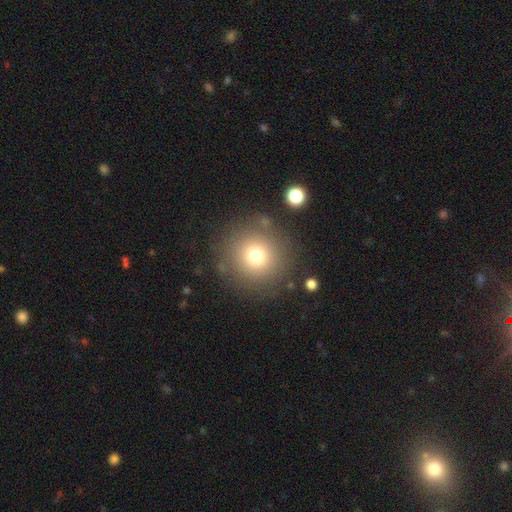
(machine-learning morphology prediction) This is likely a smooth galaxy (73%). How rounded: clearly round (95%). Merging: clearly none (83%).